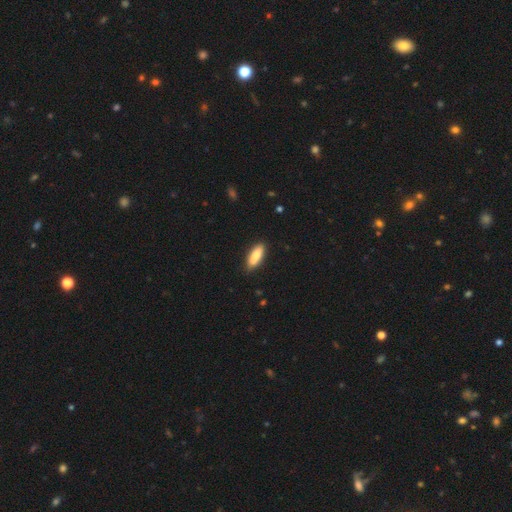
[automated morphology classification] The model was most divided on "how rounded": in between: 68%, cigar-shaped: 30%, round: 2%. More confident: merging — none (86%); smooth or featured — smooth (80%).